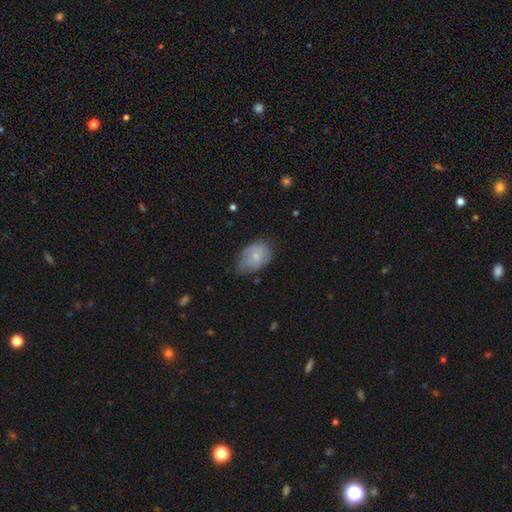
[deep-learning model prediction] Morphology: type=smooth (71%); roundness=in between (78%); merging=minor disturbance (43%, tied with none).